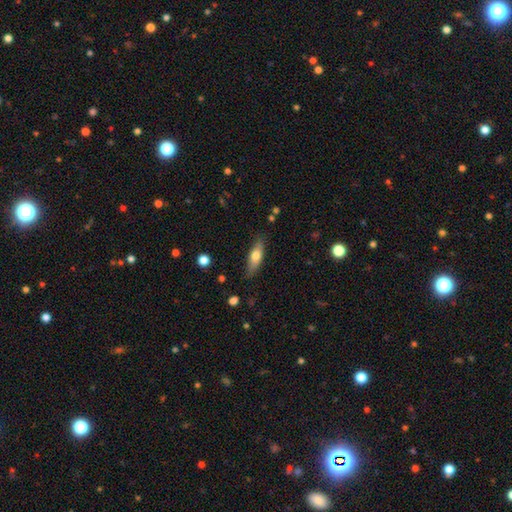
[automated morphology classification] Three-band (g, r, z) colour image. It shows a smooth galaxy with no disk features (65%) that is in between round and cigar-shaped (55%). Merging: none (82%).